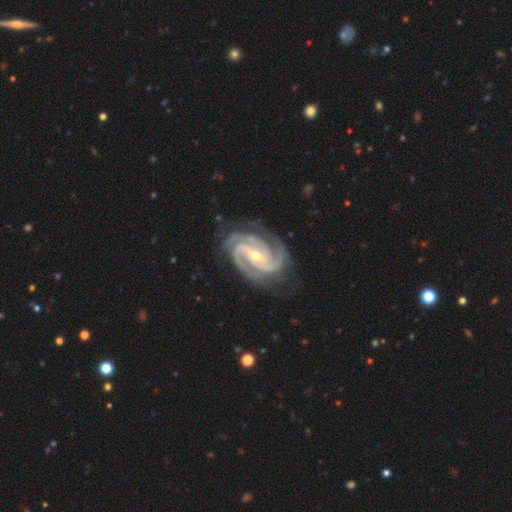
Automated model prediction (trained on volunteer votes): The model was most divided on "bar": strong: 38%, weak: 35%, no: 27%. More confident: spiral arms — yes (99%); edge-on disk — no (98%); smooth or featured — featured or disk (94%); merging — none (78%); bulge size — small (59%); spiral winding — tight (56%); spiral arm count — 3 (54%).